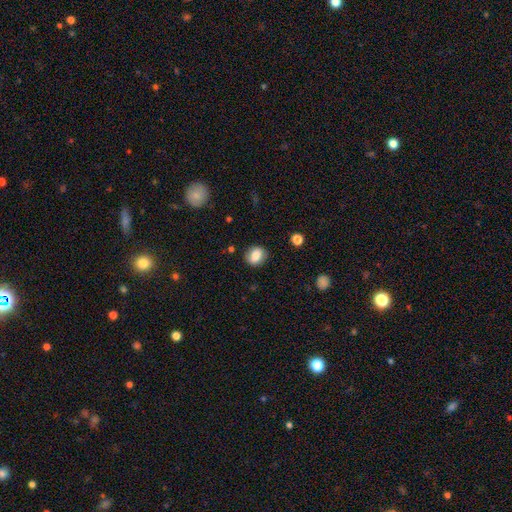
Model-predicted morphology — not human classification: smooth_or_featured: smooth (p=0.83) [alt: star or artifact p=0.09]
how_rounded: round (p=0.61) [alt: in between p=0.38]
merging: none (p=0.85) [alt: minor disturbance p=0.10]